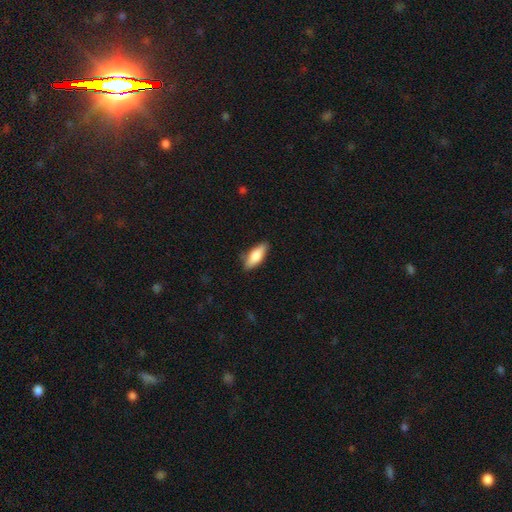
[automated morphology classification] A smooth galaxy with no disk features (75%) that is in between round and cigar-shaped (68%).

Vote fractions:
- Smooth or featured? smooth: 75% / featured or disk: 19% / star or artifact: 6%
- How rounded? in between: 68% / cigar-shaped: 30% / round: 2%
- Merging? none: 84% / minor disturbance: 13% / major disturbance: 2% / merger: 1%